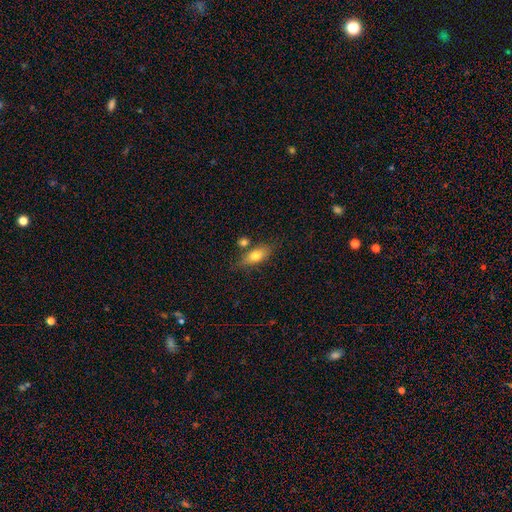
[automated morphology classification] smooth-or-featured: smooth: 74% | featured or disk: 18% | star or artifact: 8%
  how-rounded: in between: 77% | cigar-shaped: 17% | round: 6%
  merging: none: 66% | minor disturbance: 16% | merger: 14% | major disturbance: 4%